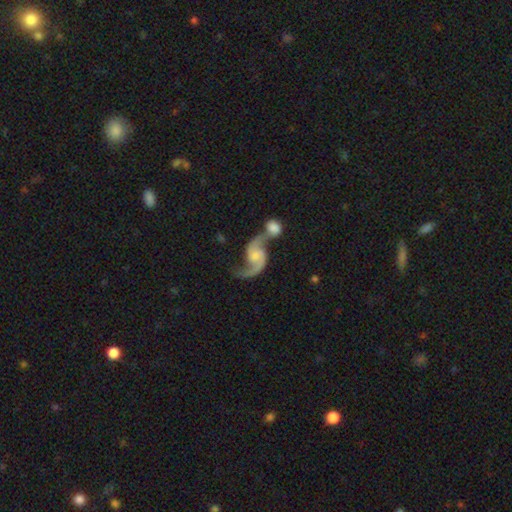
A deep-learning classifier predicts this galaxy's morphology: The model was most divided on "bulge size": small: 43%, moderate: 33%, none: 18%, large: 5%, dominant: 2%. More confident: edge-on disk — no (97%); spiral arms — yes (97%); spiral arm count — 2 (90%); smooth or featured — featured or disk (89%); spiral winding — loose (67%); bar — no (56%); merging — merger (55%).